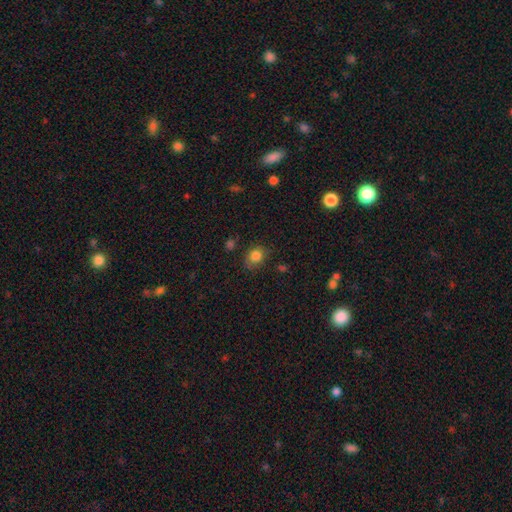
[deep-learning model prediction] smooth 82%, star or artifact 12%, featured or disk 6%. Down the decision tree: how rounded — round (58%); merging — none (70%).